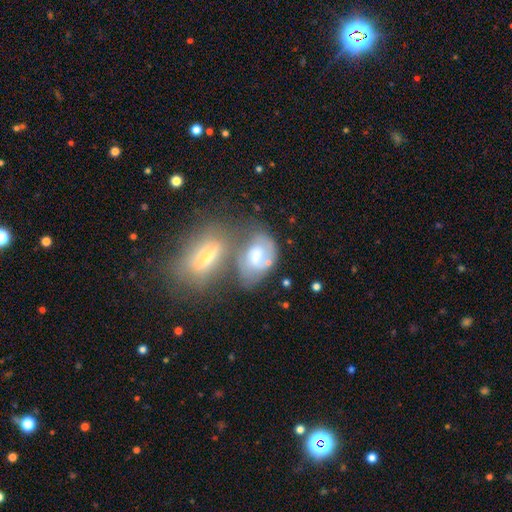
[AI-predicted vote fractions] A featured or disk galaxy (50%).

Vote fractions:
- Smooth or featured? featured or disk: 50% / smooth: 41% / star or artifact: 8%
- Edge-on disk? no: 93% / yes: 7%
- Merging? merger: 43% / none: 28% / minor disturbance: 16% / major disturbance: 13%